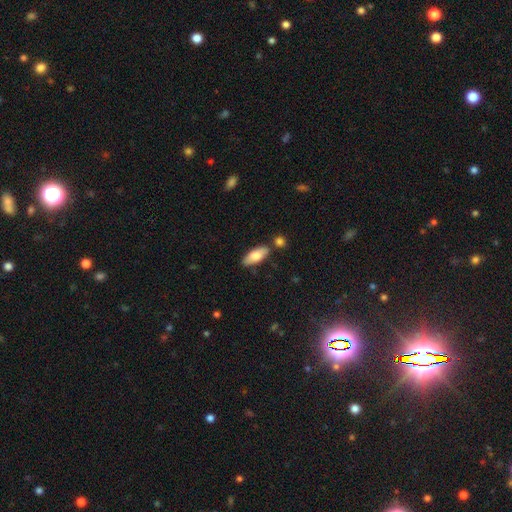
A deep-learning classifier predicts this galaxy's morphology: This is likely a smooth galaxy (74%). How rounded: likely in between (76%). Merging: likely none (74%).